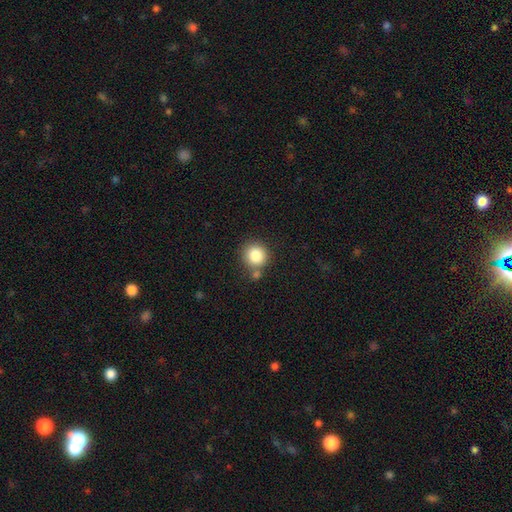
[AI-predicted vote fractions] smooth-or-featured: smooth: 84% | star or artifact: 10% | featured or disk: 6%
  how-rounded: round: 91% | in between: 8% | cigar-shaped: 1%
  merging: none: 72% | merger: 14% | minor disturbance: 11% | major disturbance: 4%